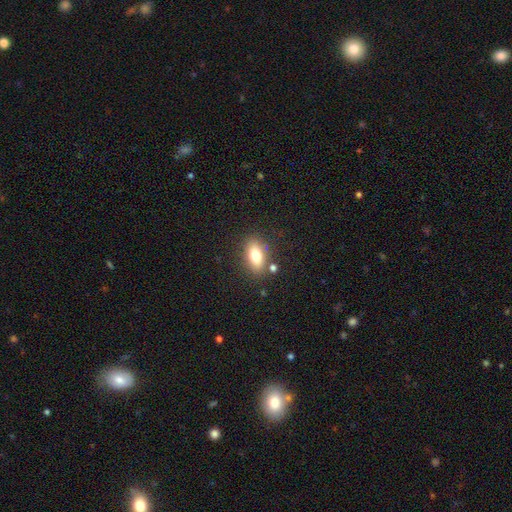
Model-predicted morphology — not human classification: Smooth or featured? smooth (74%)
How rounded? in between (83%)
Merging? none (79%)